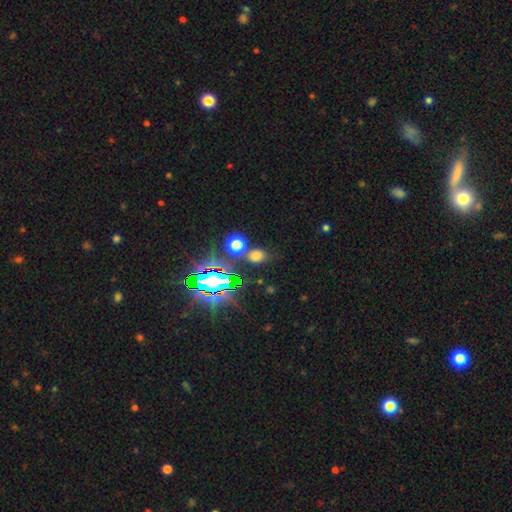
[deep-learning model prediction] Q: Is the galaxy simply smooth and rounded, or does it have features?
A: smooth — 57%.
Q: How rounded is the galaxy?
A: round — 55%.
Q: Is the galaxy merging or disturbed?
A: none — 75%.